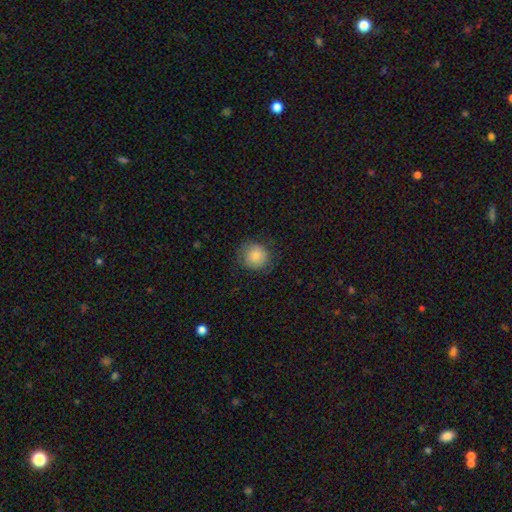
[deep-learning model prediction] Smooth or featured?
  - smooth: 81% *
  - featured or disk: 10%
  - star or artifact: 8%
How rounded?
  - round: 89% *
  - in between: 10%
  - cigar-shaped: 1%
Merging?
  - none: 77% *
  - minor disturbance: 16%
  - major disturbance: 6%
  - merger: 1%